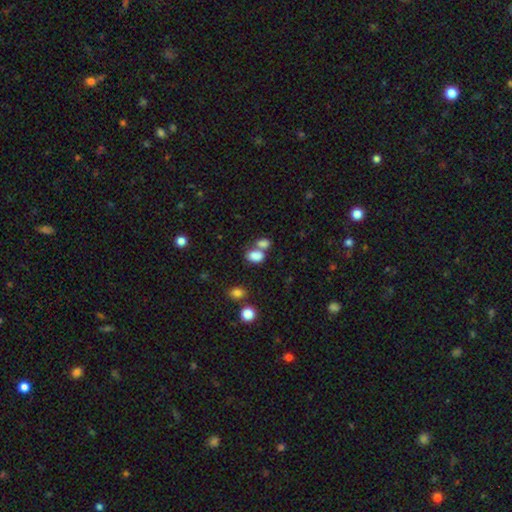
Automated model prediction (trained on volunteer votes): Overall: smooth (82%). How rounded: in between (83%). Merging: merger (50%; none 36%).